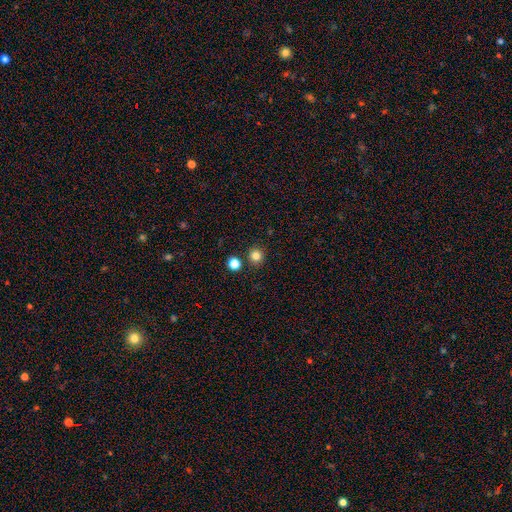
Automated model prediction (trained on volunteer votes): smooth-or-featured: smooth: 82% | star or artifact: 14% | featured or disk: 5%
  how-rounded: round: 92% | in between: 7% | cigar-shaped: 1%
  merging: none: 86% | minor disturbance: 6% | merger: 6% | major disturbance: 2%